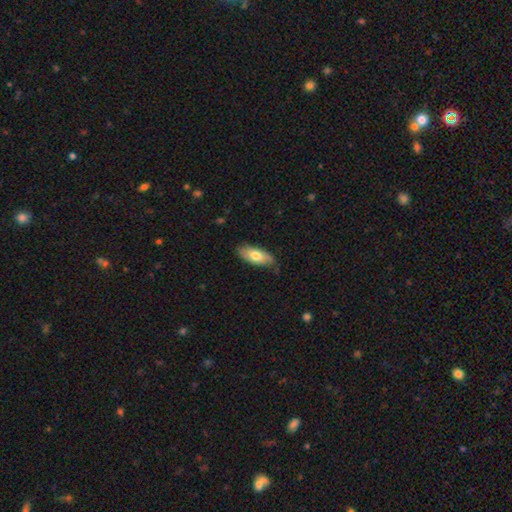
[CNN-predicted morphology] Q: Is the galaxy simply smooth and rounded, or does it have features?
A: smooth — 72%.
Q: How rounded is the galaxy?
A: in between — 83%.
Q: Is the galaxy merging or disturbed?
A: none — 76%.